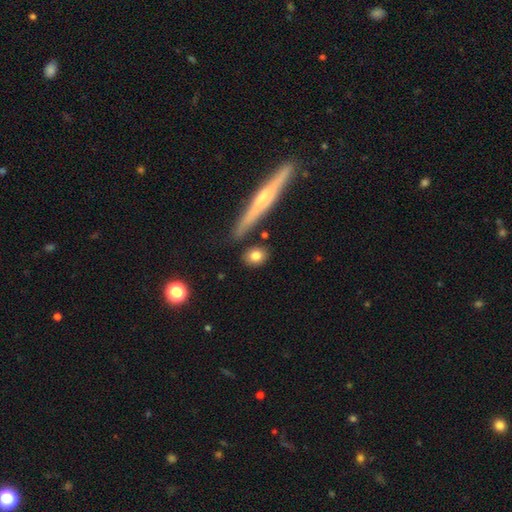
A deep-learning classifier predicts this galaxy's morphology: This appears to be a smooth galaxy with no disk features (81%) that is round (52%). Merging: none (83%).